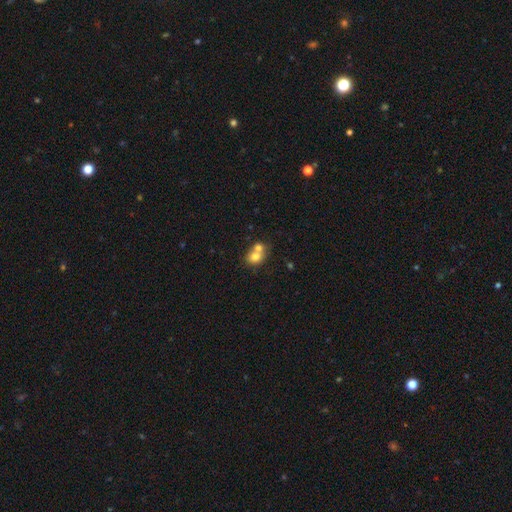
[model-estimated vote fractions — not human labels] Smooth or featured? smooth (73%)
How rounded? round (63%)
Merging? merger (60%)